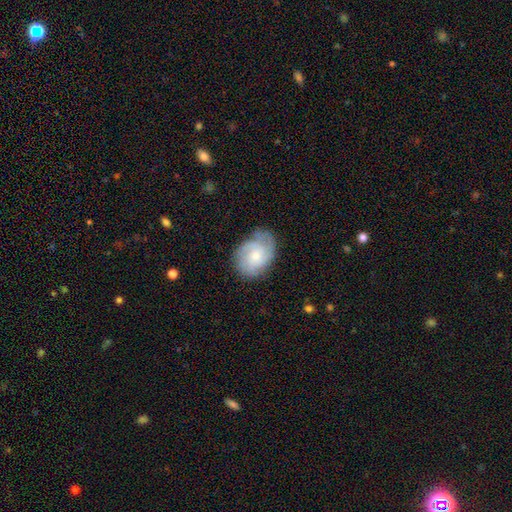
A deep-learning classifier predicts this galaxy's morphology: featured or disk 66%, smooth 27%, star or artifact 7%. Down the decision tree: edge-on disk — no (98%); bar — no (73%); spiral arms — yes (92%); spiral arm count — can't tell (30%, tied with 3); spiral winding — tight (51%); bulge size — small (48%); merging — none (70%).